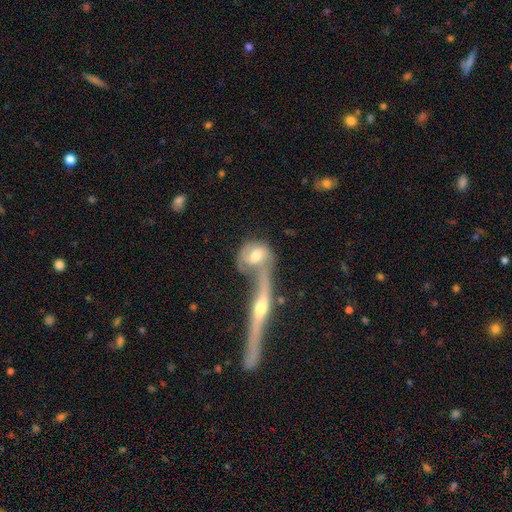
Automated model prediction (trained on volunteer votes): This appears to be a featured or disk galaxy (59%). Merging: merger (60%).